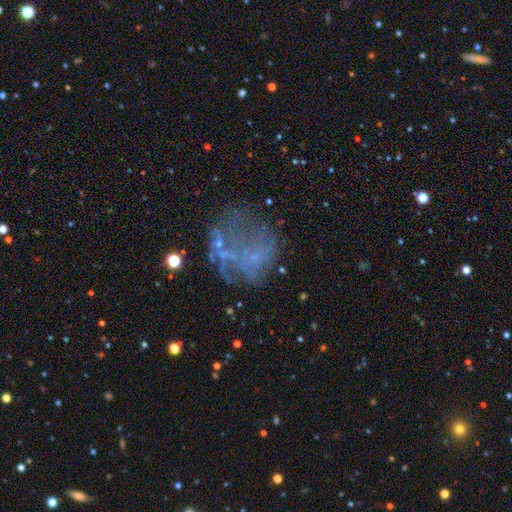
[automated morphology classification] smooth_or_featured: featured or disk (p=0.53) [alt: smooth p=0.24]
disk_edge_on: no (p=0.98) [alt: yes p=0.02]
bar: no (p=0.90) [alt: weak p=0.08]
has_spiral_arms: no (p=0.87) [alt: yes p=0.13]
bulge_size: none (p=0.68) [alt: small p=0.24]
merging: none (p=0.43) [alt: major disturbance p=0.33]